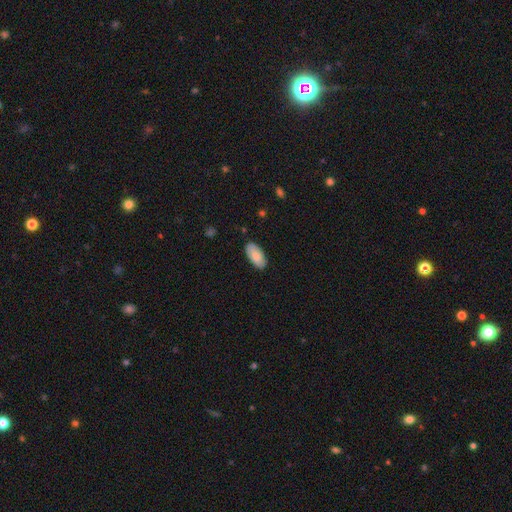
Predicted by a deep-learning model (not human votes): Smooth or featured? smooth (82%)
How rounded? in between (93%)
Merging? none (85%)